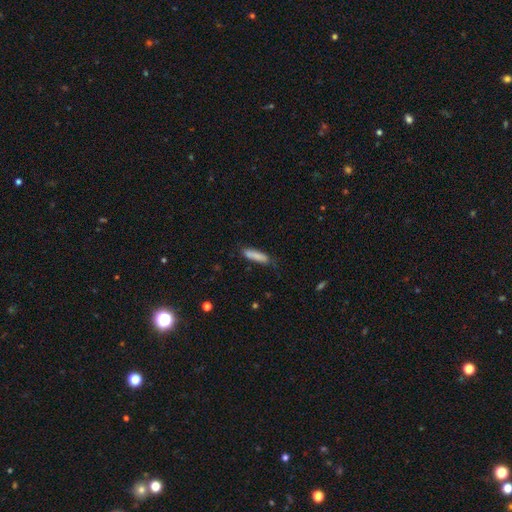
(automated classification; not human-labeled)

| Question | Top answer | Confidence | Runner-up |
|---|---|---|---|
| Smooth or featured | smooth | 85% | featured or disk (8%) |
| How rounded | cigar-shaped | 75% | in between (24%) |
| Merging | none | 74% | minor disturbance (20%) |